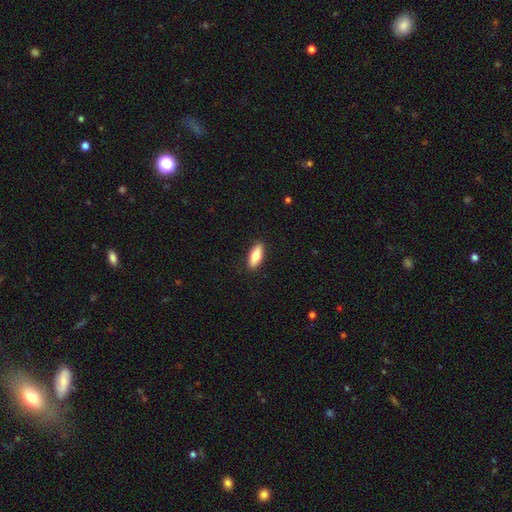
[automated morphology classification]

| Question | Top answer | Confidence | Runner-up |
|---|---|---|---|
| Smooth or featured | smooth | 73% | featured or disk (21%) |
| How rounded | in between | 69% | cigar-shaped (28%) |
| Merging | none | 90% | minor disturbance (8%) |